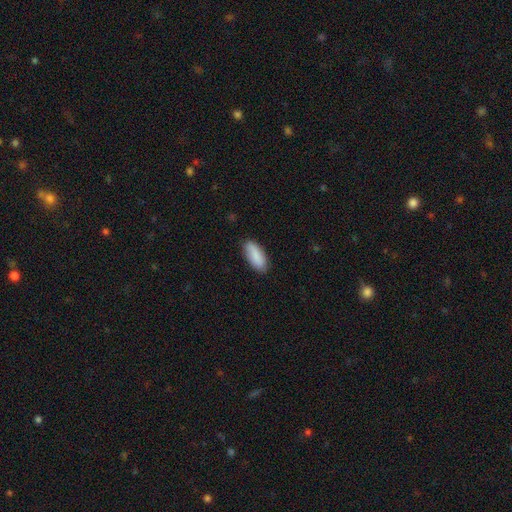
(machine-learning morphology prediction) Smooth or featured? smooth (87%)
How rounded? in between (84%)
Merging? none (84%)